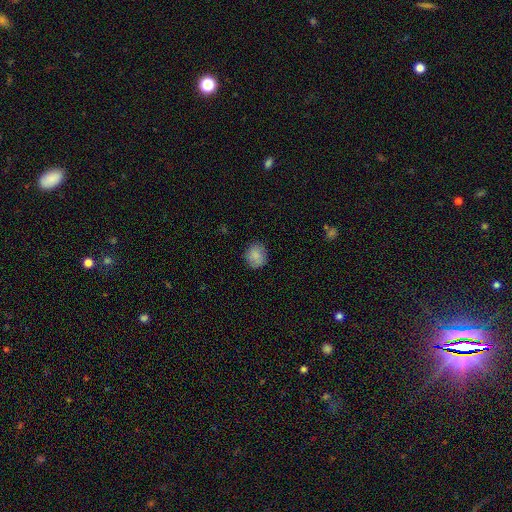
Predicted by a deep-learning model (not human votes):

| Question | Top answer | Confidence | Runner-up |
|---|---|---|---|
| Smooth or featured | smooth | 86% | star or artifact (8%) |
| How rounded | round | 80% | in between (19%) |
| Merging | none | 84% | minor disturbance (12%) |